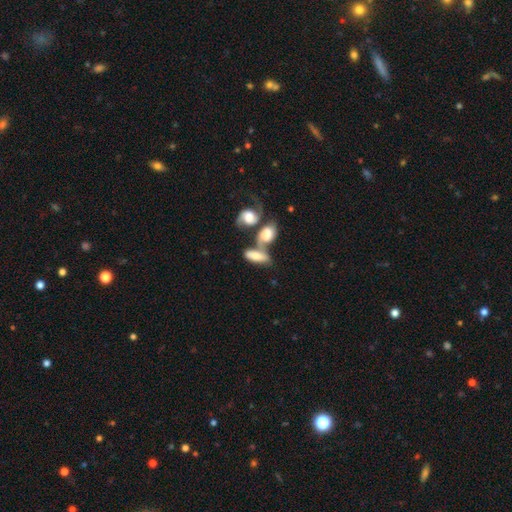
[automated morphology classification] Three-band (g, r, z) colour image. It shows a smooth galaxy with no disk features (57%) that is in between round and cigar-shaped (75%). Merging: merger (55%).